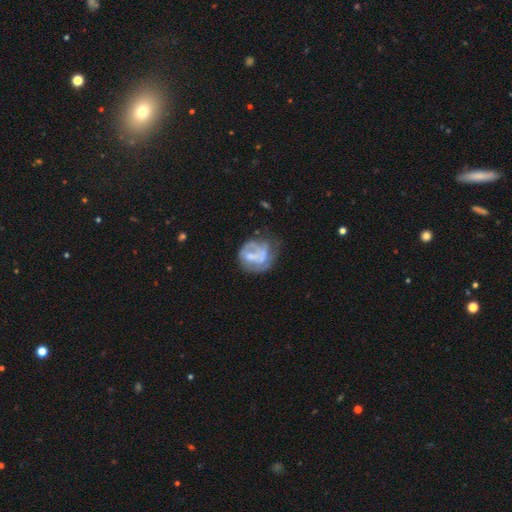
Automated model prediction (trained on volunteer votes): A featured or disk galaxy (57%) with no bar (71%), no spiral arms (69%) and no central bulge (44%).

Vote fractions:
- Smooth or featured? featured or disk: 57% / smooth: 34% / star or artifact: 9%
- Edge-on disk? no: 98% / yes: 2%
- Bar? no: 71% / weak: 23% / strong: 6%
- Spiral arms? no: 69% / yes: 31%
- Bulge size? none: 44% / moderate: 26% / small: 23% / large: 5% / dominant: 1%
- Merging? none: 36% / major disturbance: 30% / minor disturbance: 26% / merger: 8%